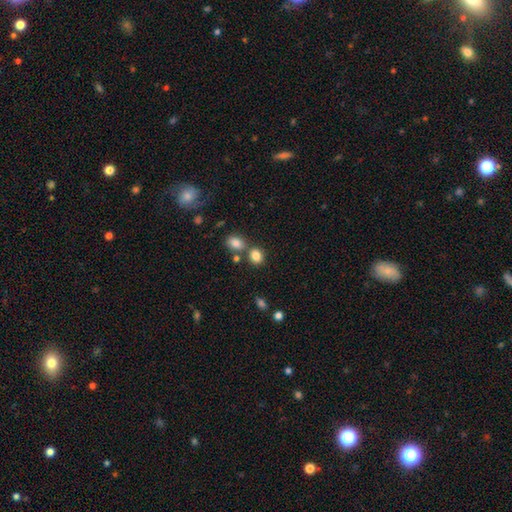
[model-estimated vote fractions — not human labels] smooth 83%, star or artifact 11%, featured or disk 6%. Down the decision tree: how rounded — round (57%); merging — none (62%).